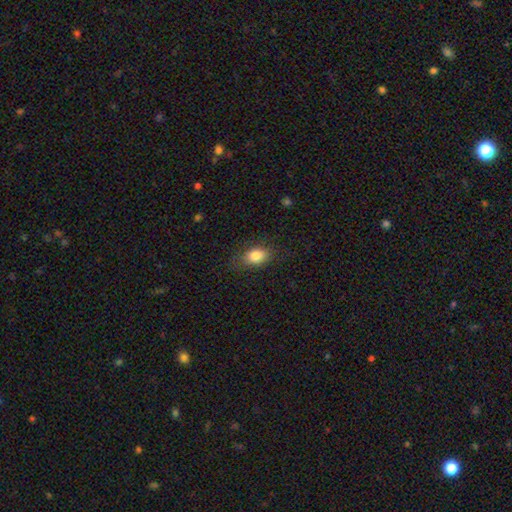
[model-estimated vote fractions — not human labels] Q: Smooth or featured?
A: smooth (83%); runner-up: featured or disk (9%)
Q: How rounded?
A: in between (82%); runner-up: round (16%)
Q: Merging?
A: none (78%); runner-up: minor disturbance (15%)